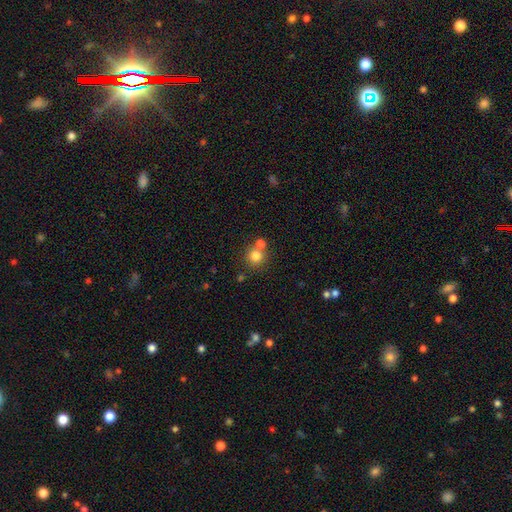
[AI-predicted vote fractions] Overall: smooth (79%). How rounded: round (92%). Merging: none (60%; merger 31%).